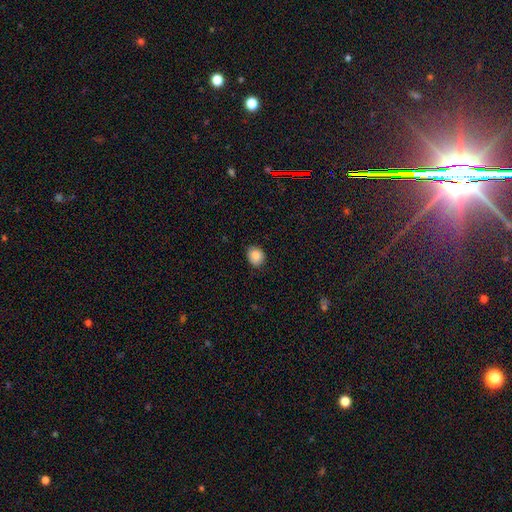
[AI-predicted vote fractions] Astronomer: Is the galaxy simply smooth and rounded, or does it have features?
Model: smooth — 88%.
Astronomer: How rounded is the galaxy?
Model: round — 59% (runner-up: in between, 40%).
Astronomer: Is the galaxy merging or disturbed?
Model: none — 83%.